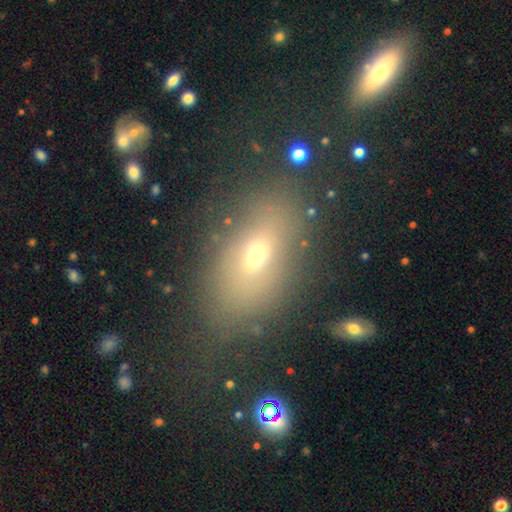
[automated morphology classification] A smooth galaxy with no disk features (60%) that is in between round and cigar-shaped (79%). Merging: none (70%).